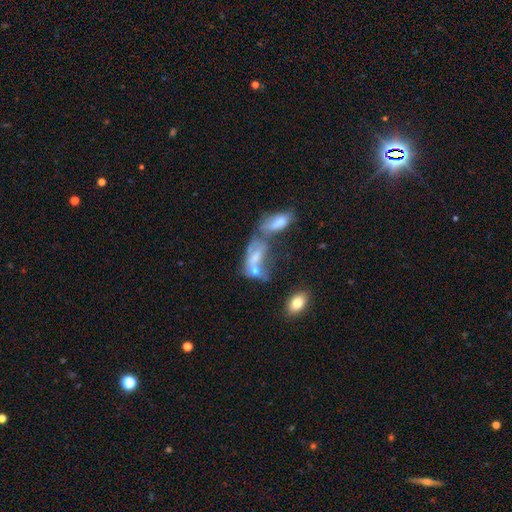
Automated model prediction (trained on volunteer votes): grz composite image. It shows a smooth galaxy with no disk features (49%). Merging: merger (57%).